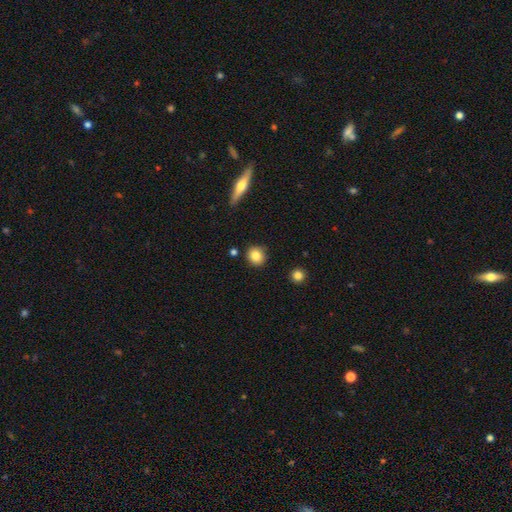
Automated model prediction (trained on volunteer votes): This appears to be a smooth galaxy with no disk features (84%) that is round (87%). Merging: none (89%).